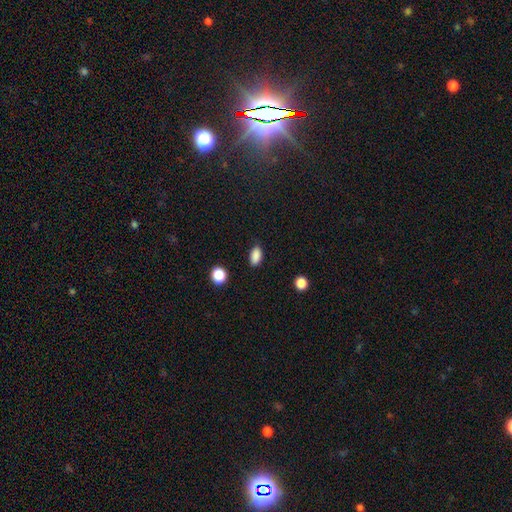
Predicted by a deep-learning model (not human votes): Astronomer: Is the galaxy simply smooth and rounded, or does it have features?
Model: smooth — 88%.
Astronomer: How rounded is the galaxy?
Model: in between — 89%.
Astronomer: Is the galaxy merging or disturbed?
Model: none — 85%.